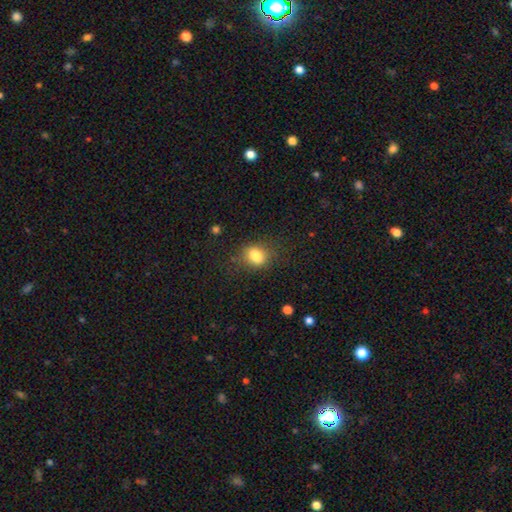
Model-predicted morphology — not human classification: Smooth or featured?
  - smooth: 82% *
  - star or artifact: 10%
  - featured or disk: 8%
How rounded?
  - in between: 57% *
  - round: 42%
  - cigar-shaped: 1%
Merging?
  - none: 74% *
  - minor disturbance: 17%
  - major disturbance: 7%
  - merger: 2%